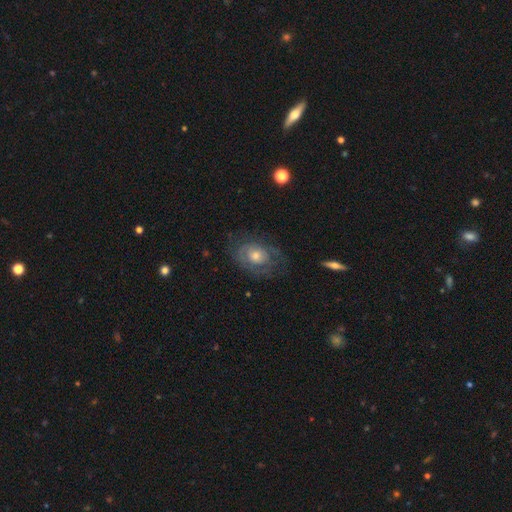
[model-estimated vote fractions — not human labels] This is likely a featured or disk galaxy (63%). It is clearly not viewed edge-on (95%). Bar: clearly no (82%). Spiral arm pattern: likely yes (68%). Central bulge: possibly moderate (58%). Merging: likely none (67%).